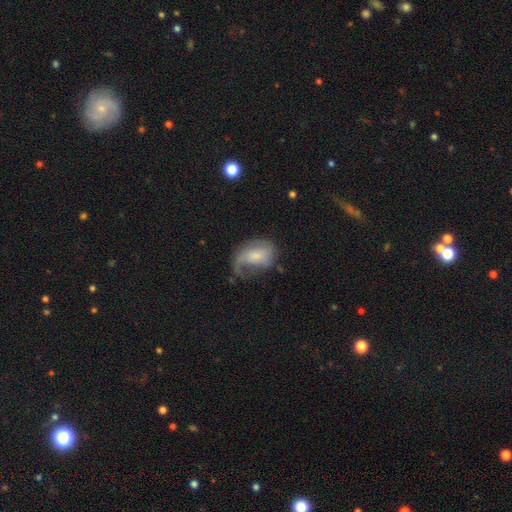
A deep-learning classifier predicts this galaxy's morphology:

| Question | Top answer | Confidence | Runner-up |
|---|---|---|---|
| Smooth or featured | featured or disk | 59% | smooth (34%) |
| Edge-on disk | no | 97% | yes (3%) |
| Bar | no | 56% | weak (35%) |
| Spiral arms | yes | 83% | no (17%) |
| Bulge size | small | 49% | moderate (28%) |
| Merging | major disturbance | 38% | none (33%) |